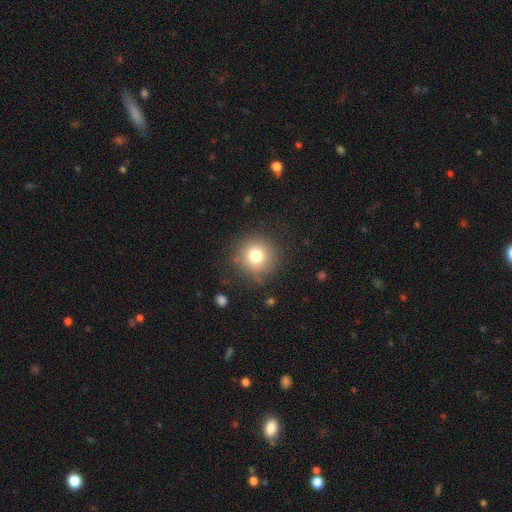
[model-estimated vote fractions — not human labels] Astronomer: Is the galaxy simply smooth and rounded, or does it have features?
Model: smooth — 76%.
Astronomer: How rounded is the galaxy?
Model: round — 94%.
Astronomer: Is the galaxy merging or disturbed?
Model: none — 84%.